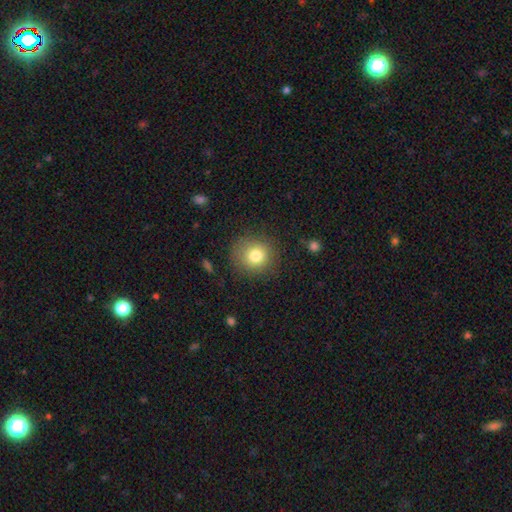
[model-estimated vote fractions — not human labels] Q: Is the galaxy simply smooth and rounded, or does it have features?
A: smooth — 80%.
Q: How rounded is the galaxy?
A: round — 89%.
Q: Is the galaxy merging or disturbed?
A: none — 83%.